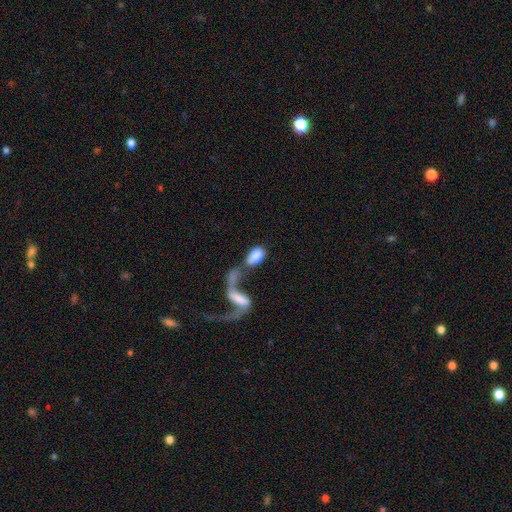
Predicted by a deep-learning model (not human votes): Smooth or featured?
  - smooth: 77% *
  - featured or disk: 15%
  - star or artifact: 7%
How rounded?
  - in between: 93% *
  - round: 4%
  - cigar-shaped: 4%
Merging?
  - merger: 62% *
  - none: 18%
  - major disturbance: 13%
  - minor disturbance: 7%